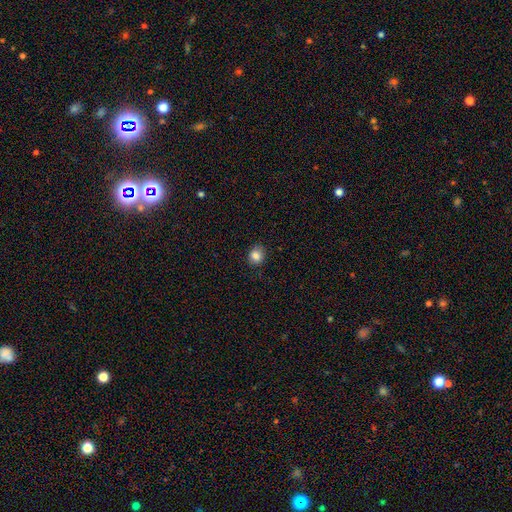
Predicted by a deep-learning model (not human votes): A smooth galaxy with no disk features (85%) that is round (73%).

Vote fractions:
- Smooth or featured? smooth: 85% / star or artifact: 10% / featured or disk: 5%
- How rounded? round: 73% / in between: 27% / cigar-shaped: 1%
- Merging? none: 85% / minor disturbance: 12% / major disturbance: 2% / merger: 1%